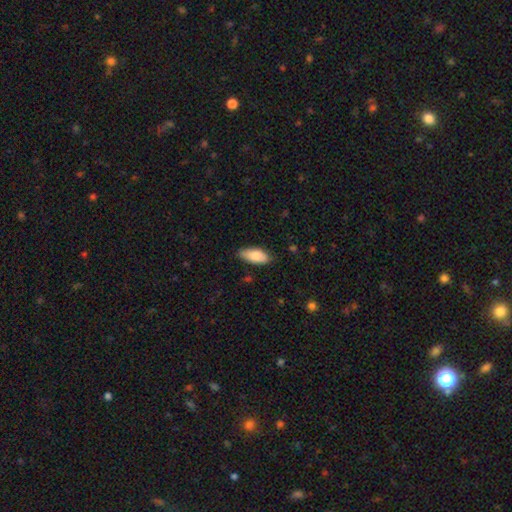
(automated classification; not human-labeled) Smooth or featured? smooth (85%)
How rounded? in between (87%)
Merging? none (82%)